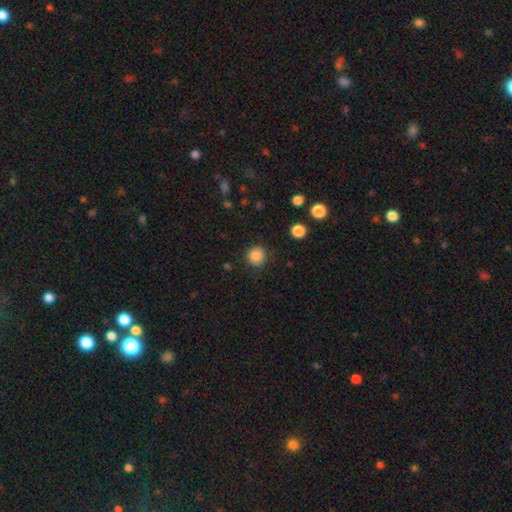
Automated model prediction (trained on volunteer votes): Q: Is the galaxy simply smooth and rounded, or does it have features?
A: smooth — 86%.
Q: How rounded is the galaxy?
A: round — 92%.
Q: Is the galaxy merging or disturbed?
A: none — 87%.